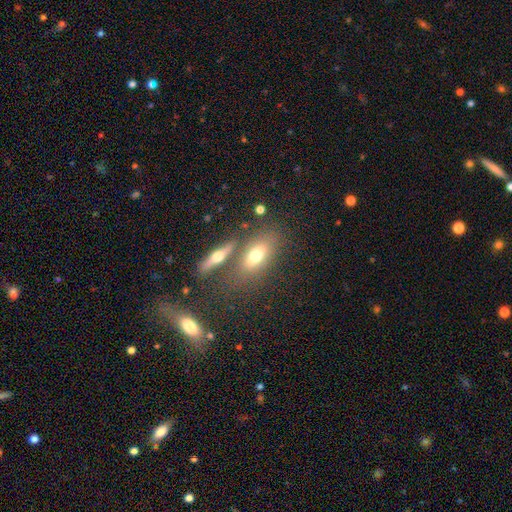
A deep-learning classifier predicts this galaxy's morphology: Smooth or featured? smooth (65%)
How rounded? in between (79%)
Merging? none (63%)